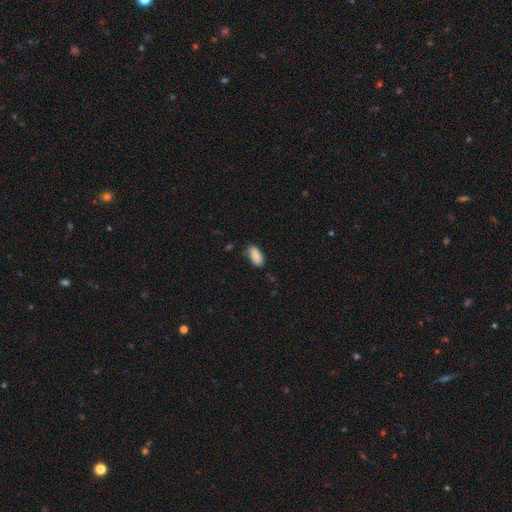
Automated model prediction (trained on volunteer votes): Smooth or featured? Predicted: smooth (p=0.88). How rounded? Predicted: in between (p=0.93). Merging? Predicted: none (p=0.77).